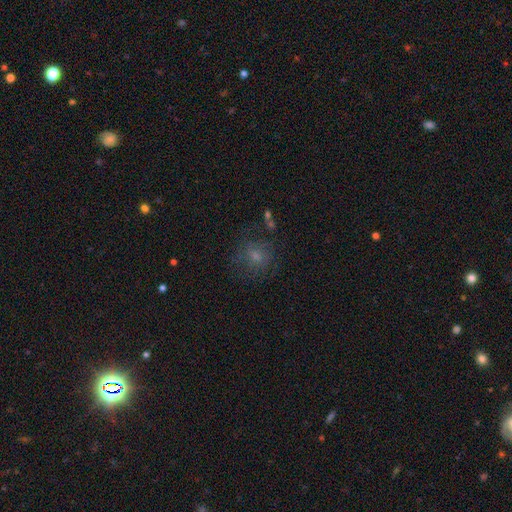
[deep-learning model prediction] Smooth or featured? Predicted: smooth (p=0.56). How rounded? Predicted: round (p=0.79). Merging? Predicted: none (p=0.67).